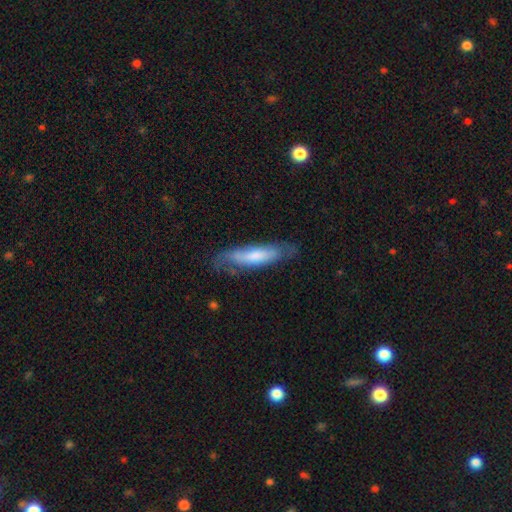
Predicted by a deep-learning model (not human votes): Smooth or featured: smooth — 50% (featured or disk — 43%)
How rounded: cigar-shaped — 72% (in between — 26%)
Merging: none — 68% (minor disturbance — 22%)